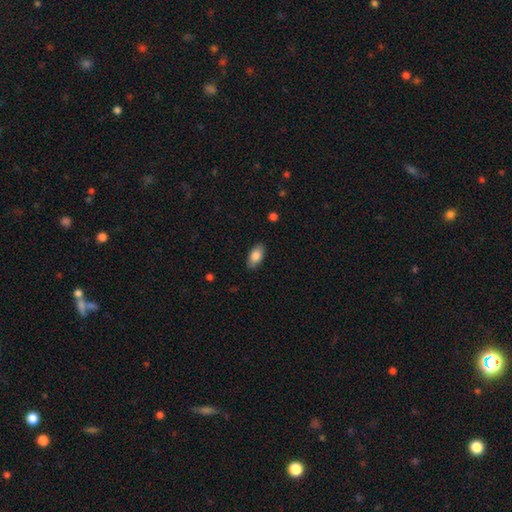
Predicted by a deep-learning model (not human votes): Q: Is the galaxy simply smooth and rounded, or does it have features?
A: smooth — 83%.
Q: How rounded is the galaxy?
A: in between — 91%.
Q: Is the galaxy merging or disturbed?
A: none — 87%.